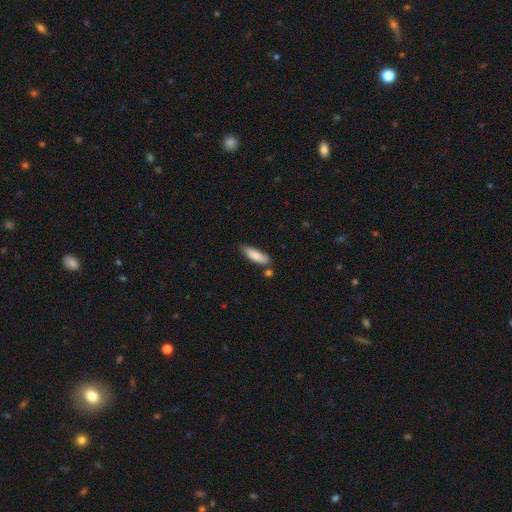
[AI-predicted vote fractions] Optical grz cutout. It shows a smooth galaxy with no disk features (84%) that is cigar-shaped (53%). Merging: none (66%).